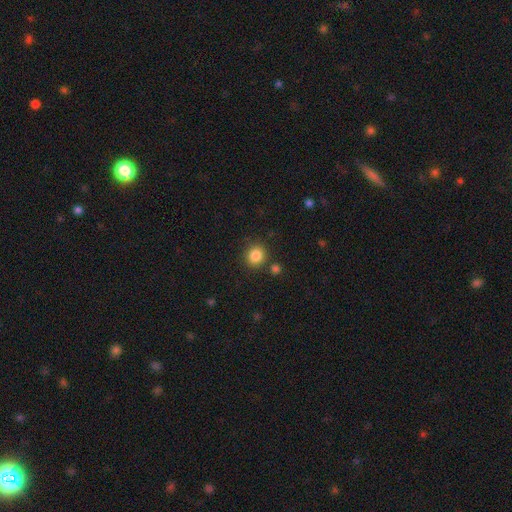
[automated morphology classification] Q: Smooth or featured?
A: smooth (85%); runner-up: star or artifact (10%)
Q: How rounded?
A: round (85%); runner-up: in between (14%)
Q: Merging?
A: none (83%); runner-up: minor disturbance (9%)